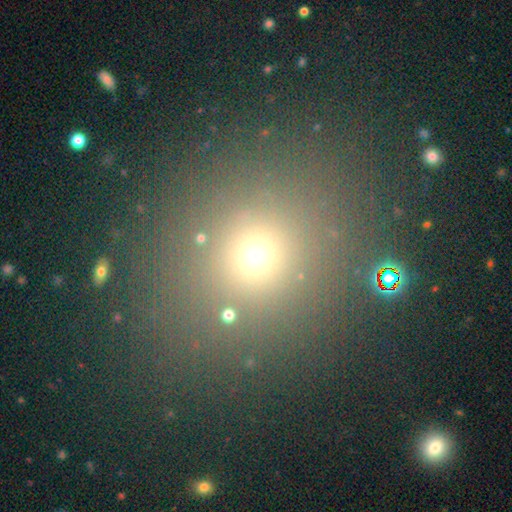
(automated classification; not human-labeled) The model was most divided on "smooth or featured": smooth: 63%, star or artifact: 28%, featured or disk: 9%. More confident: merging — none (83%); how rounded — round (81%).